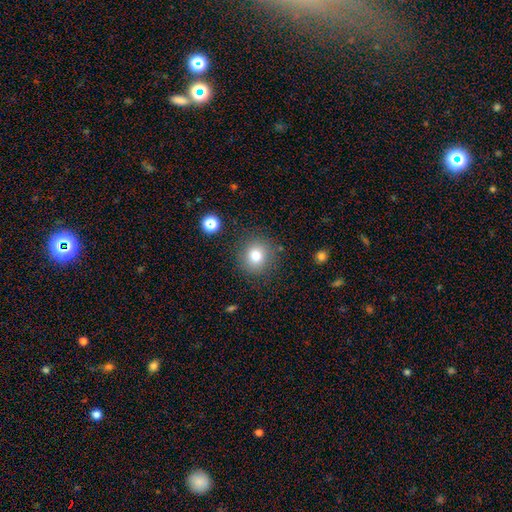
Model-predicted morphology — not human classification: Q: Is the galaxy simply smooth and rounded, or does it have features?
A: smooth — 80%.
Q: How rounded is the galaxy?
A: round — 87%.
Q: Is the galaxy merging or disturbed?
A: none — 84%.